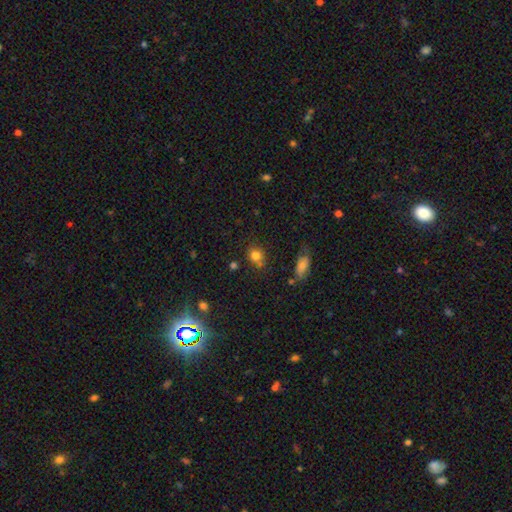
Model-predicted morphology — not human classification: Smooth or featured? smooth (79%)
How rounded? round (69%)
Merging? none (66%)